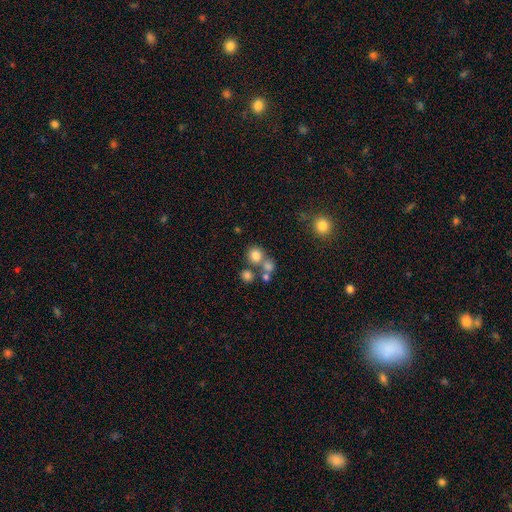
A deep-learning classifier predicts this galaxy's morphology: A smooth galaxy with no disk features (76%) that is round (85%). Merging: none (60%).